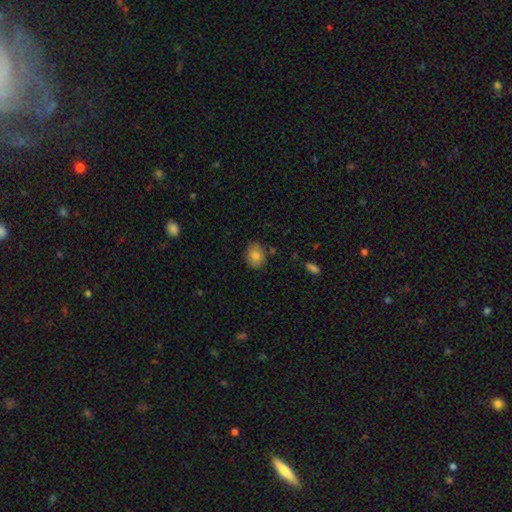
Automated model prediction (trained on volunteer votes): The model was most divided on "how rounded": in between: 54%, round: 45%, cigar-shaped: 1%. More confident: merging — none (83%); smooth or featured — smooth (81%).